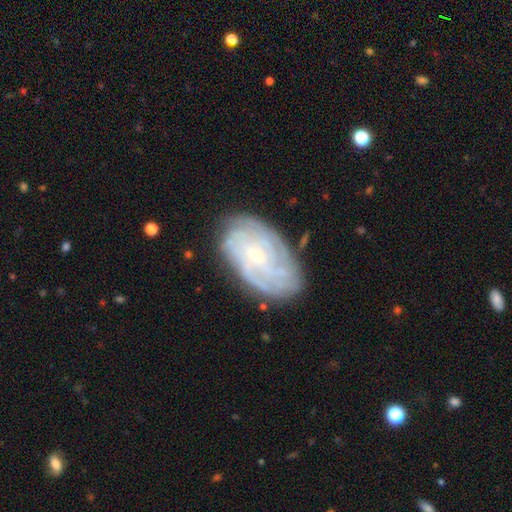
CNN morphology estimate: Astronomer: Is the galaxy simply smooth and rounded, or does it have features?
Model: featured or disk — 78%.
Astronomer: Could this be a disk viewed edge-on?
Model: no — 96%.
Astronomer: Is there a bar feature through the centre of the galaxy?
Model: no — 67%.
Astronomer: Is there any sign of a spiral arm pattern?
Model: yes — 90%.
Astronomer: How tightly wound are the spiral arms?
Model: tight — 67%.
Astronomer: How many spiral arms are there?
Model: can't tell — 46%.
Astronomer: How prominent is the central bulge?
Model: small — 78%.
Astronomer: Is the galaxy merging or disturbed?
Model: none — 76%.